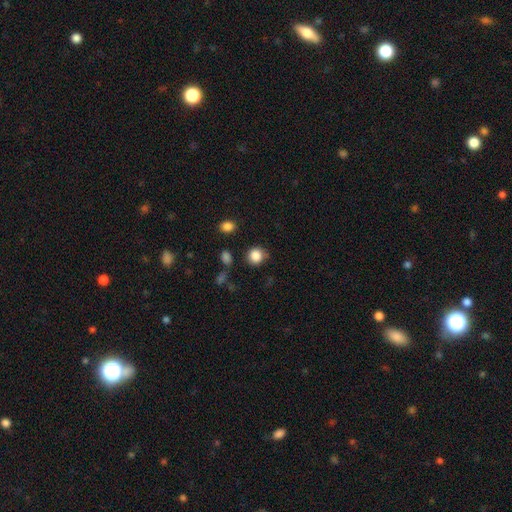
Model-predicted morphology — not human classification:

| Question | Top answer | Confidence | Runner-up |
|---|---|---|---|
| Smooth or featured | smooth | 86% | star or artifact (10%) |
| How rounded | round | 86% | in between (13%) |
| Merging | none | 76% | minor disturbance (15%) |